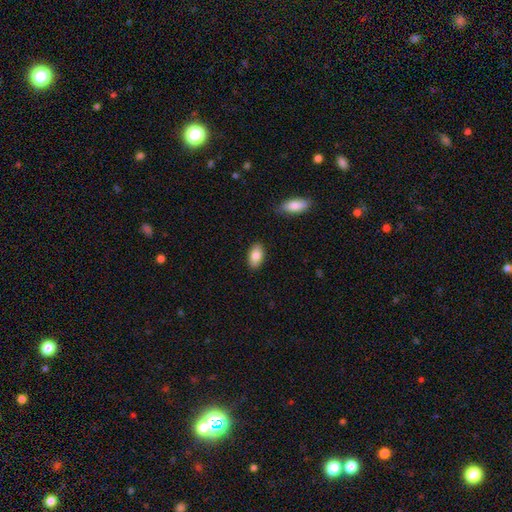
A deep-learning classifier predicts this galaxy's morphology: Smooth or featured? smooth (83%)
How rounded? in between (92%)
Merging? none (87%)